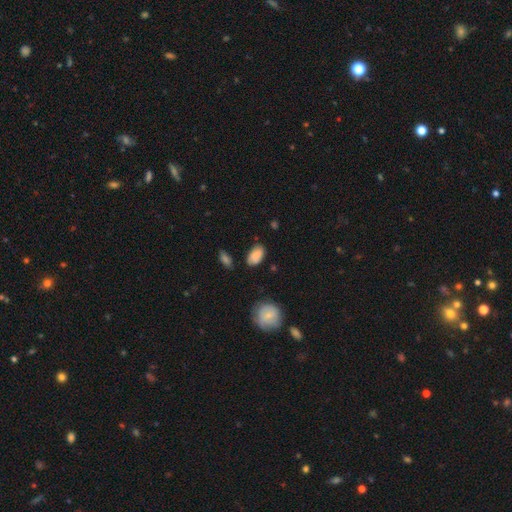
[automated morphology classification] This appears to be a smooth galaxy with no disk features (86%) that is in between round and cigar-shaped (92%). Merging: none (73%).